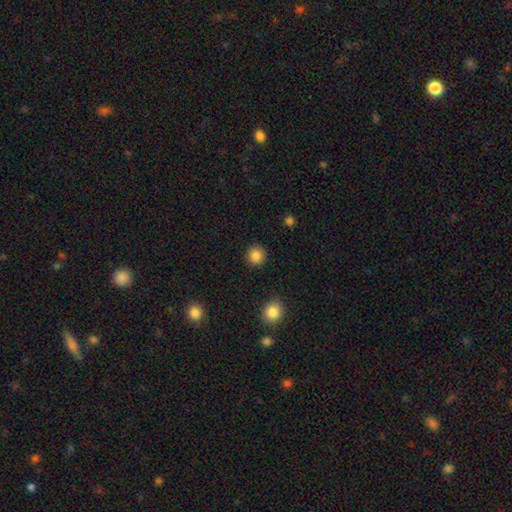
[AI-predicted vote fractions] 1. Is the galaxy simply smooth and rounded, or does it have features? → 86% smooth, 10% star or artifact, 4% featured or disk.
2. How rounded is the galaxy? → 94% round, 5% in between, 1% cigar-shaped.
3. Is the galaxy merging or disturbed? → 91% none, 6% minor disturbance, 2% major disturbance, 1% merger.